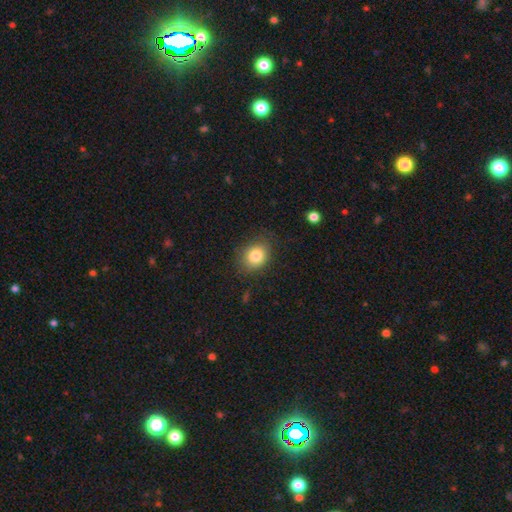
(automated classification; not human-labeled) smooth_or_featured: smooth (p=0.82) [alt: star or artifact p=0.10]
how_rounded: round (p=0.57) [alt: in between p=0.42]
merging: none (p=0.80) [alt: minor disturbance p=0.14]